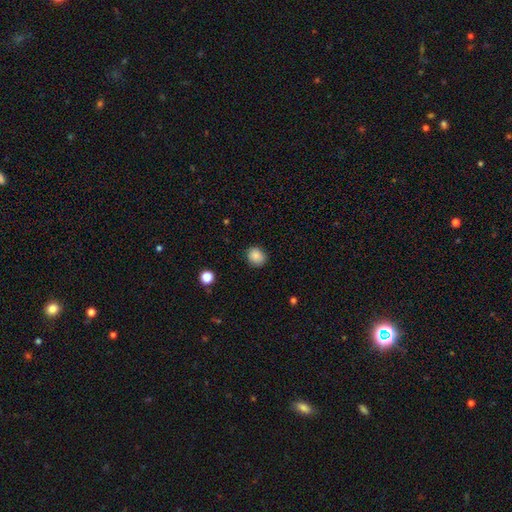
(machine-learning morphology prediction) Q: Smooth or featured?
A: smooth (86%); runner-up: star or artifact (10%)
Q: How rounded?
A: round (73%); runner-up: in between (26%)
Q: Merging?
A: none (83%); runner-up: minor disturbance (13%)